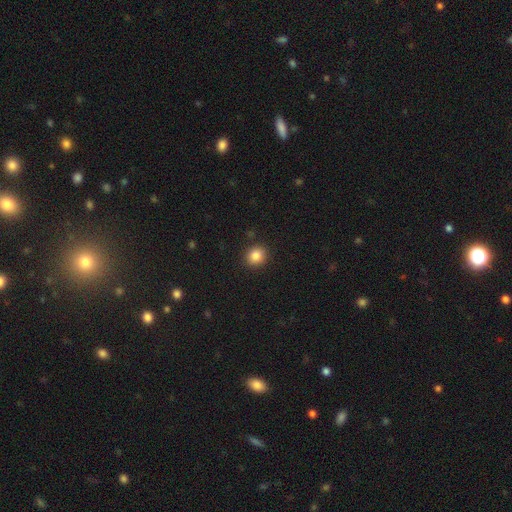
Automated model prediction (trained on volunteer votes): Smooth or featured? Predicted: smooth (p=0.86). How rounded? Predicted: round (p=0.82). Merging? Predicted: none (p=0.89).